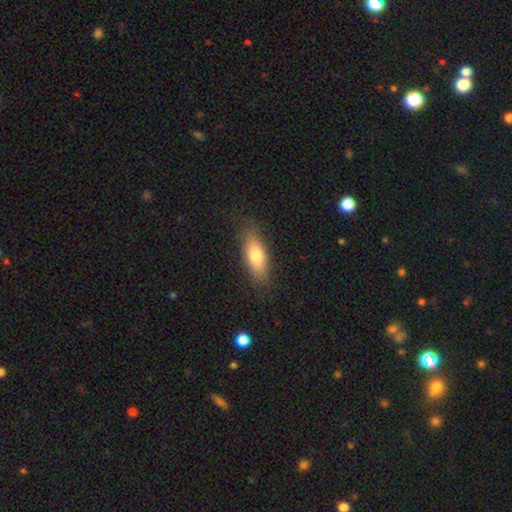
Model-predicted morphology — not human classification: Smooth or featured? smooth (77%)
How rounded? in between (68%)
Merging? none (83%)